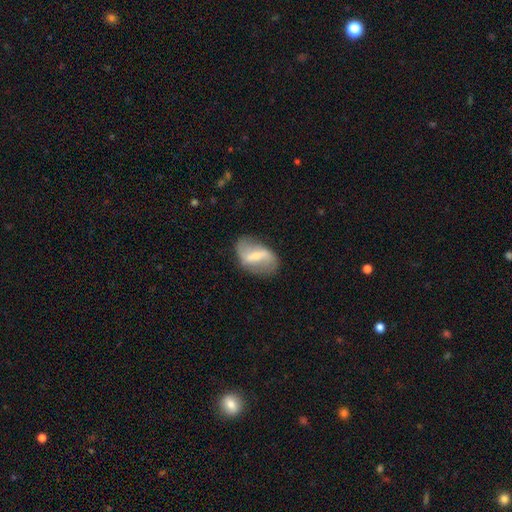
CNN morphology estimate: Smooth or featured? featured or disk (70%)
Edge-on disk? no (95%)
Bar? strong (50%)
Spiral arms? yes (74%)
Bulge size? small (48%)
Merging? none (73%)